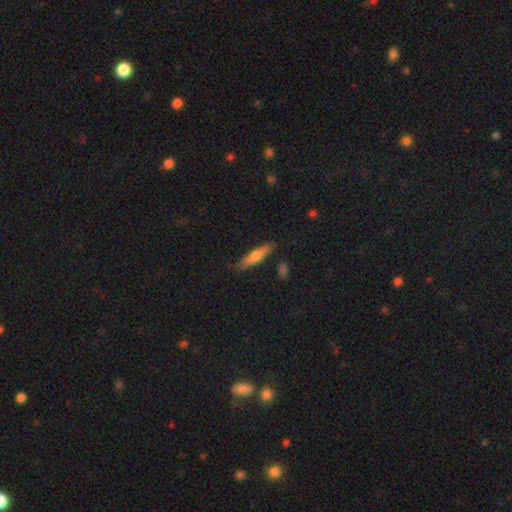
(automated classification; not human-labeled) Smooth or featured: smooth — 56% (featured or disk — 38%)
How rounded: cigar-shaped — 78% (in between — 20%)
Merging: none — 85% (minor disturbance — 11%)